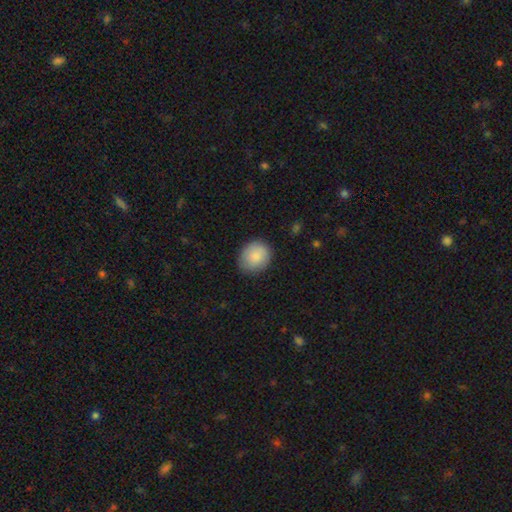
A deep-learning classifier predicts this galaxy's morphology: Smooth or featured?
  - smooth: 83% *
  - featured or disk: 10%
  - star or artifact: 7%
How rounded?
  - round: 68% *
  - in between: 31%
  - cigar-shaped: 1%
Merging?
  - none: 80% *
  - minor disturbance: 15%
  - major disturbance: 3%
  - merger: 1%